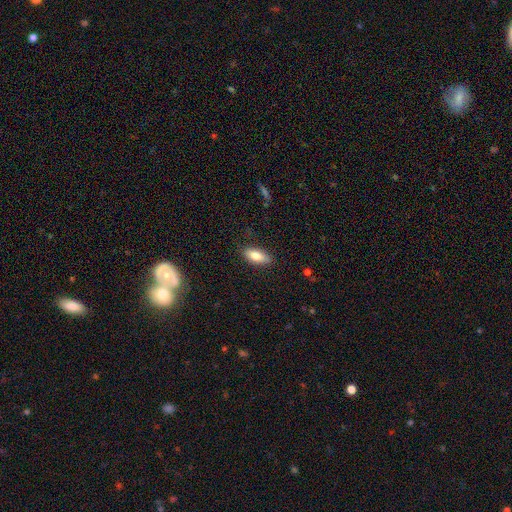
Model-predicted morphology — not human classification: A smooth galaxy with no disk features (81%) that is in between round and cigar-shaped (80%).

Vote fractions:
- Smooth or featured? smooth: 81% / featured or disk: 12% / star or artifact: 7%
- How rounded? in between: 80% / cigar-shaped: 18% / round: 3%
- Merging? none: 84% / minor disturbance: 12% / major disturbance: 2% / merger: 1%